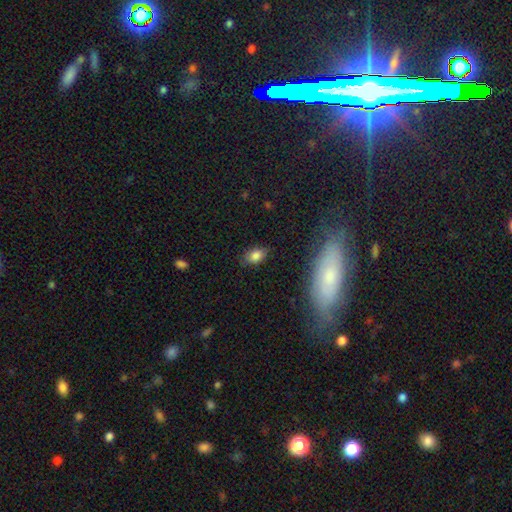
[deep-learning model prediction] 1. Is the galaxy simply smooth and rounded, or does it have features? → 82% smooth, 10% star or artifact, 8% featured or disk.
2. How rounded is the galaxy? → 85% in between, 13% round, 2% cigar-shaped.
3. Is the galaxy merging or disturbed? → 76% none, 18% minor disturbance, 4% major disturbance, 2% merger.